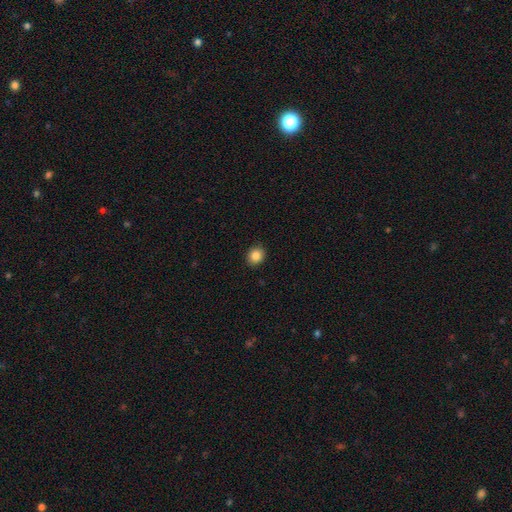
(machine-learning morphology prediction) Smooth or featured?
  - smooth: 86% *
  - star or artifact: 9%
  - featured or disk: 4%
How rounded?
  - round: 70% *
  - in between: 29%
  - cigar-shaped: 1%
Merging?
  - none: 90% *
  - minor disturbance: 7%
  - major disturbance: 2%
  - merger: 1%